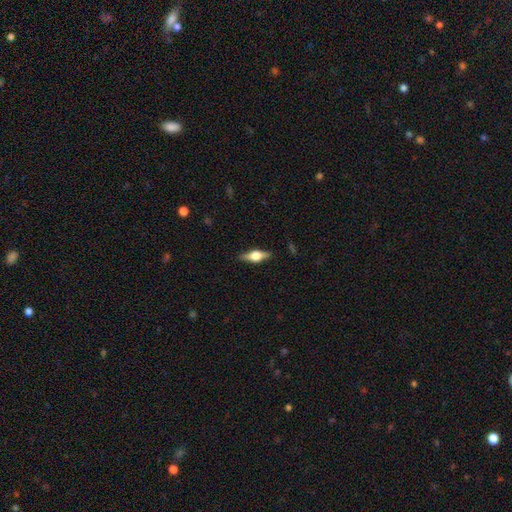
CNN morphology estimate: Overall: featured or disk (63%; smooth 30%). Edge-on disk: yes (96%). Edge-on bulge: rounded (93%). Merging: none (88%).